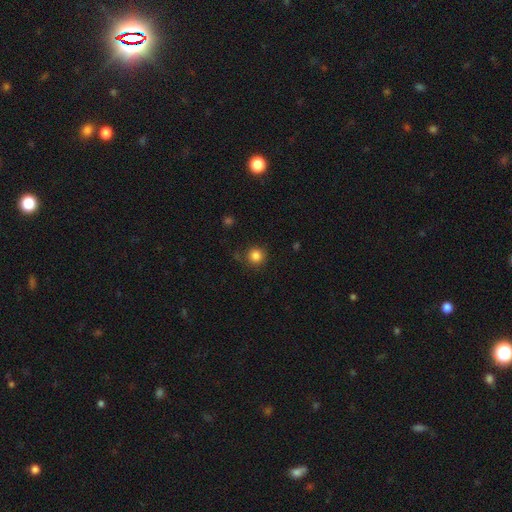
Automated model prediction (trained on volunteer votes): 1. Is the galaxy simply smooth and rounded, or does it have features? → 84% smooth, 12% star or artifact, 4% featured or disk.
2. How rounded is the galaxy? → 94% round, 5% in between, 1% cigar-shaped.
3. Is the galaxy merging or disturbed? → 83% none, 11% minor disturbance, 4% major disturbance, 2% merger.